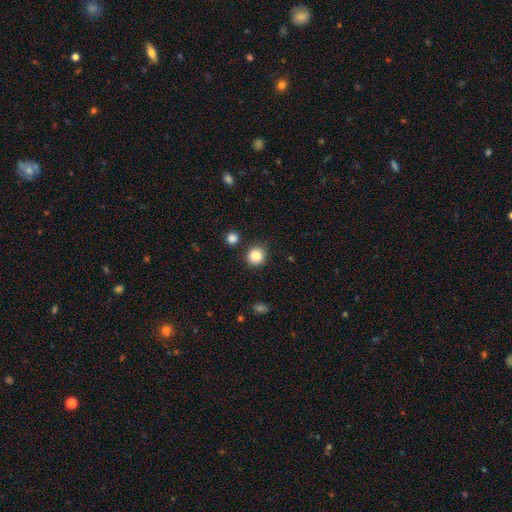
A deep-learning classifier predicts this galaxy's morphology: Q: Smooth or featured?
A: smooth (85%); runner-up: star or artifact (10%)
Q: How rounded?
A: round (86%); runner-up: in between (13%)
Q: Merging?
A: none (85%); runner-up: minor disturbance (9%)